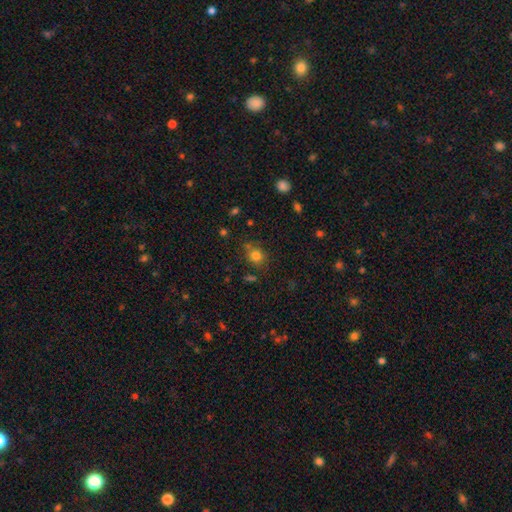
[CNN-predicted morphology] smooth-or-featured: smooth: 78% | star or artifact: 14% | featured or disk: 8%
  how-rounded: round: 69% | in between: 30% | cigar-shaped: 1%
  merging: none: 73% | minor disturbance: 17% | merger: 5% | major disturbance: 5%